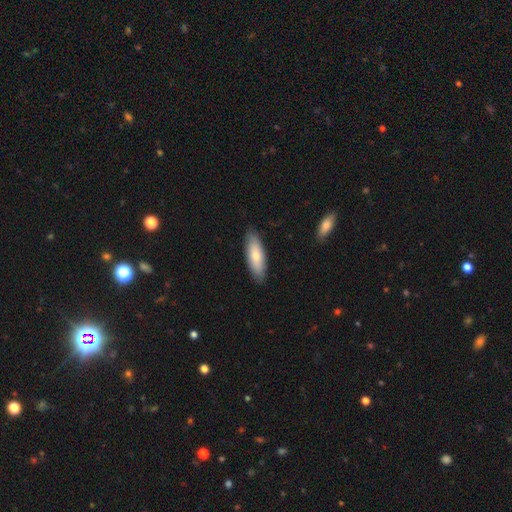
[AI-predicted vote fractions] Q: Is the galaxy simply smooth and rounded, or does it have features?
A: smooth — 76%.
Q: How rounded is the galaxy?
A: in between — 56%.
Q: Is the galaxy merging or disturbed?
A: none — 86%.